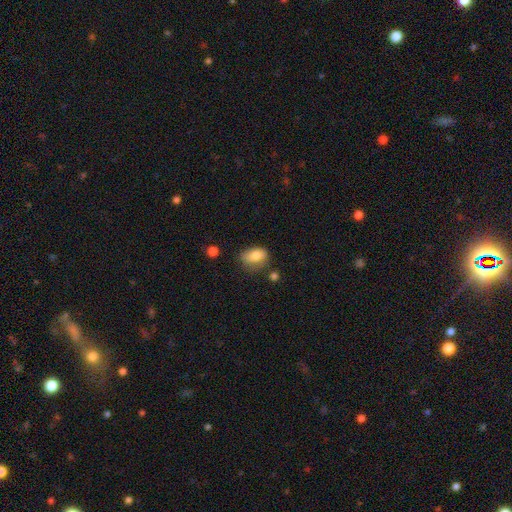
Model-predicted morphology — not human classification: The model was most divided on "merging": none: 53%, minor disturbance: 33%, major disturbance: 10%, merger: 5%. More confident: smooth or featured — smooth (80%); how rounded — in between (79%).